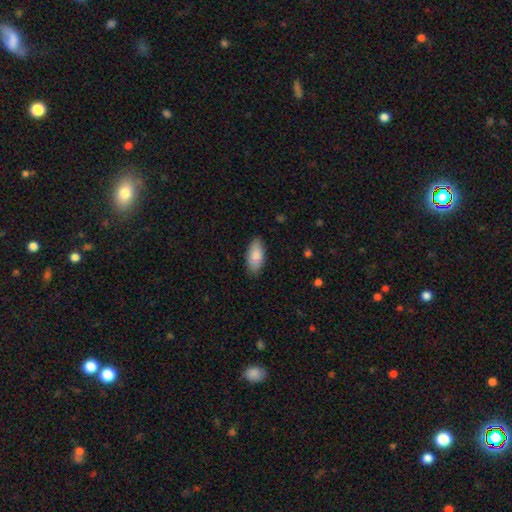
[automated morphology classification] smooth-or-featured: smooth: 86% | featured or disk: 8% | star or artifact: 6%
  how-rounded: in between: 92% | cigar-shaped: 6% | round: 2%
  merging: none: 85% | minor disturbance: 12% | major disturbance: 2% | merger: 1%